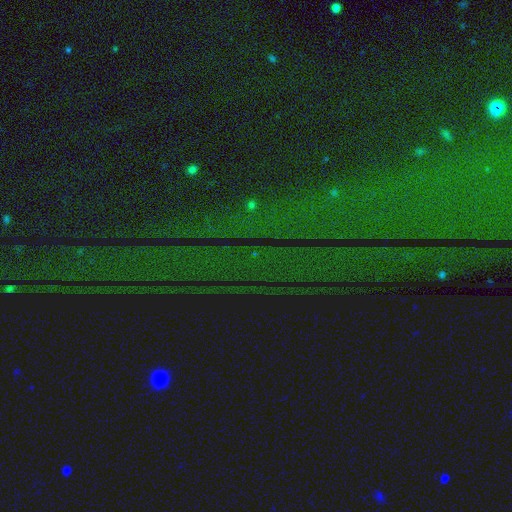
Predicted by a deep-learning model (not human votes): Smooth or featured?
  - star or artifact: 86% *
  - smooth: 7%
  - featured or disk: 7%